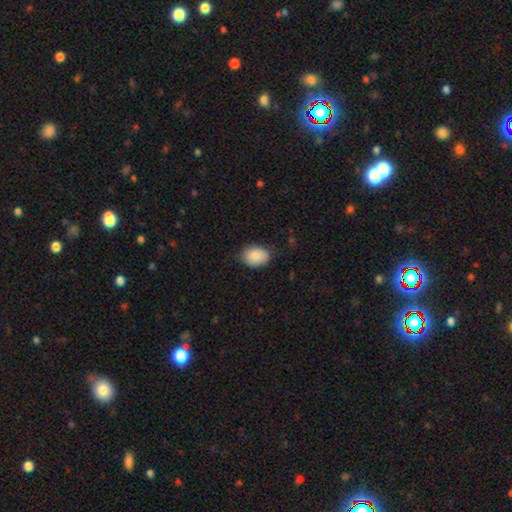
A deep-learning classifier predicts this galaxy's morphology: type=smooth (87%); roundness=in between (70%); merging=none (75%).